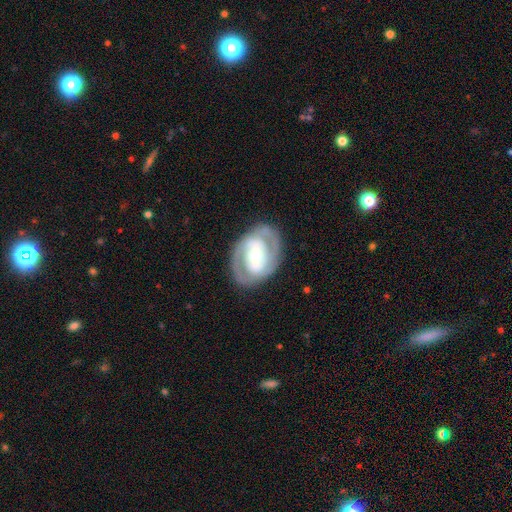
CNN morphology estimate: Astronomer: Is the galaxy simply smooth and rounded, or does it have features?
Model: featured or disk — 81%.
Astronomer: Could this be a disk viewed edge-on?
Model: no — 96%.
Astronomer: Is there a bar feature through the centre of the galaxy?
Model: weak — 37% (runner-up: no, 32%).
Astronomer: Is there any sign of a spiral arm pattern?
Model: yes — 79%.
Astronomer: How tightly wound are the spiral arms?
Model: tight — 52% (runner-up: medium, 37%).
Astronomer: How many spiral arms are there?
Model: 2 — 78%.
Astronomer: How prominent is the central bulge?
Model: moderate — 66%.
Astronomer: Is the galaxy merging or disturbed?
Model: none — 81%.